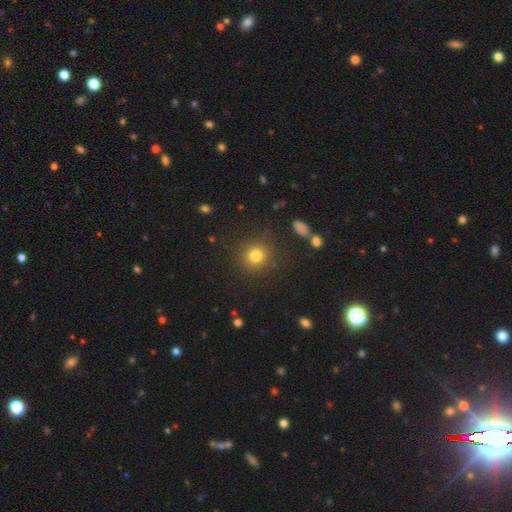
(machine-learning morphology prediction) Smooth or featured? Predicted: smooth (p=0.79). How rounded? Predicted: round (p=0.91). Merging? Predicted: none (p=0.87).